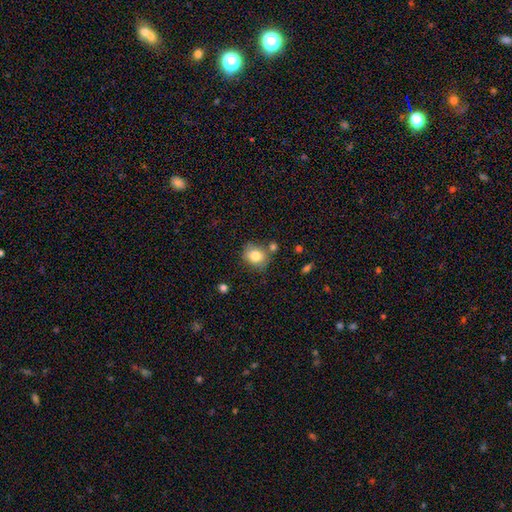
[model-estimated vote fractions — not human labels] smooth-or-featured: smooth: 80% | featured or disk: 10% | star or artifact: 10%
  how-rounded: round: 66% | in between: 33% | cigar-shaped: 1%
  merging: none: 71% | minor disturbance: 16% | merger: 10% | major disturbance: 4%